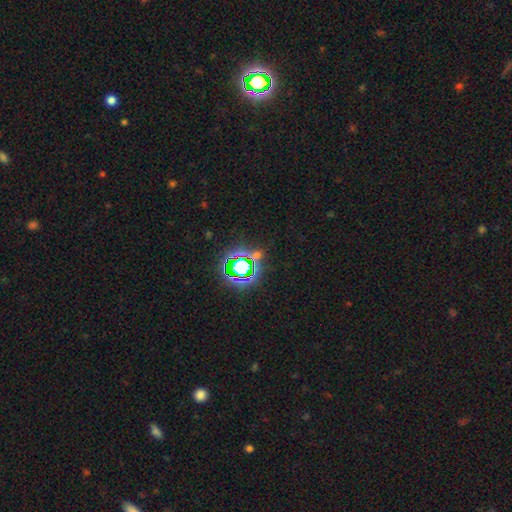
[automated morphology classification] A star or artifact, not a galaxy (76%).

Vote fractions:
- Smooth or featured? star or artifact: 76% / smooth: 15% / featured or disk: 9%